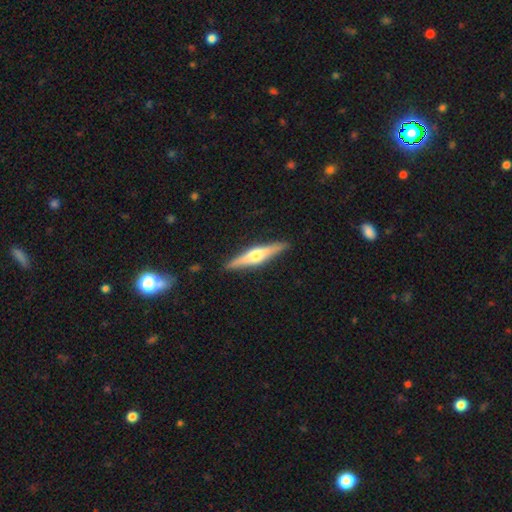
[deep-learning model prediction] Morphology: type=featured or disk (67%); edge-on=yes (97%); edge-on bulge=rounded (91%); merging=none (90%).